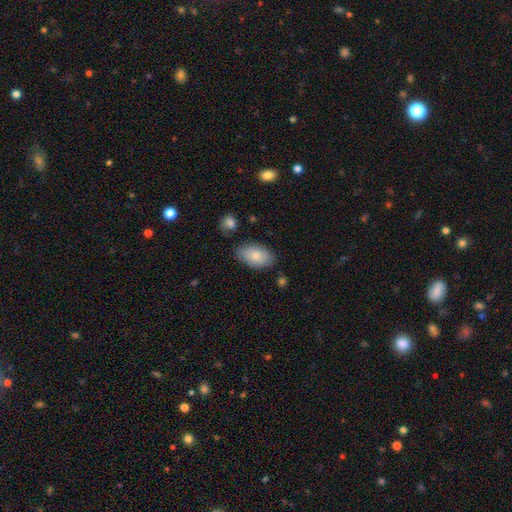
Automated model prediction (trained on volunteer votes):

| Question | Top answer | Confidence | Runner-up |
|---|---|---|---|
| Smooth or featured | smooth | 81% | featured or disk (13%) |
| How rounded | in between | 94% | round (5%) |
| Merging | none | 76% | minor disturbance (17%) |